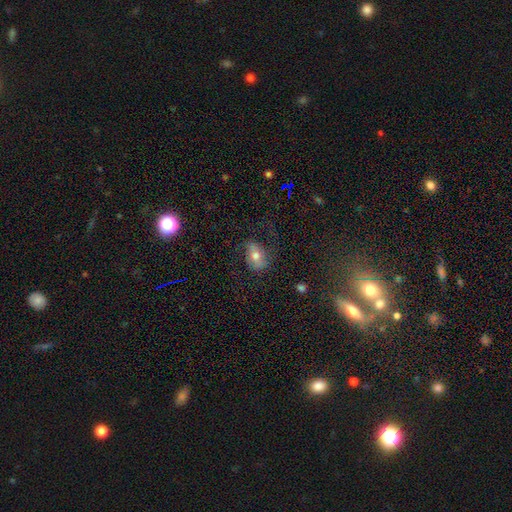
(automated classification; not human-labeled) Smooth or featured: smooth — 55% (featured or disk — 35%)
How rounded: in between — 76% (round — 22%)
Merging: none — 64% (minor disturbance — 20%)